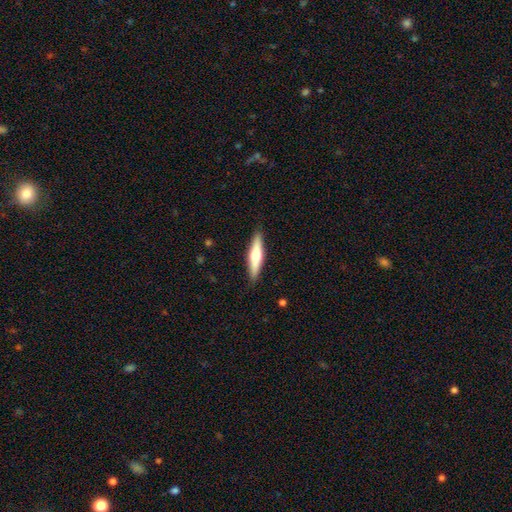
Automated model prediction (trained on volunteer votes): Smooth or featured: featured or disk — 48% (smooth — 47%)
Merging: none — 89% (minor disturbance — 8%)